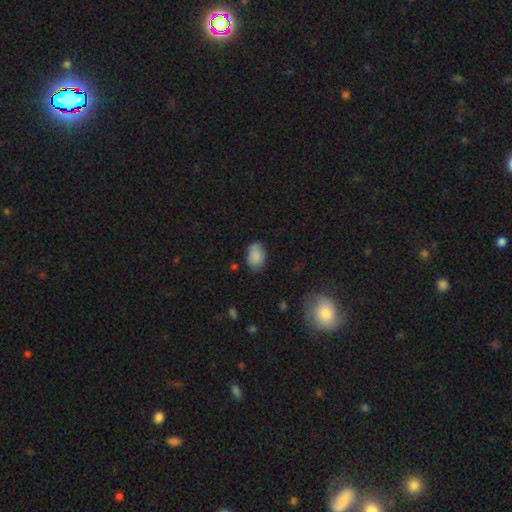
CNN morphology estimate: This appears to be a smooth galaxy with no disk features (87%) that is in between round and cigar-shaped (89%). Merging: none (73%).